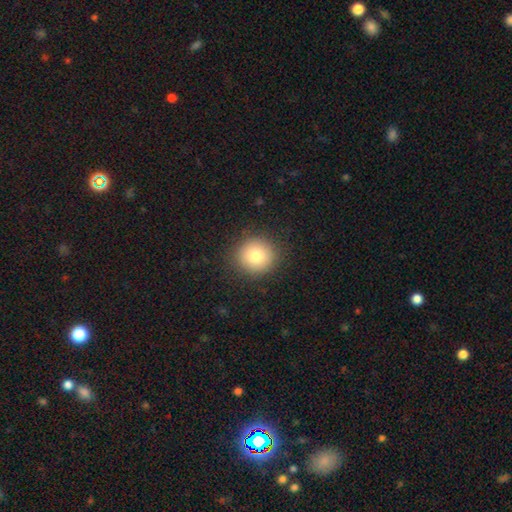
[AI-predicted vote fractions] Smooth or featured? smooth (81%)
How rounded? round (92%)
Merging? none (89%)